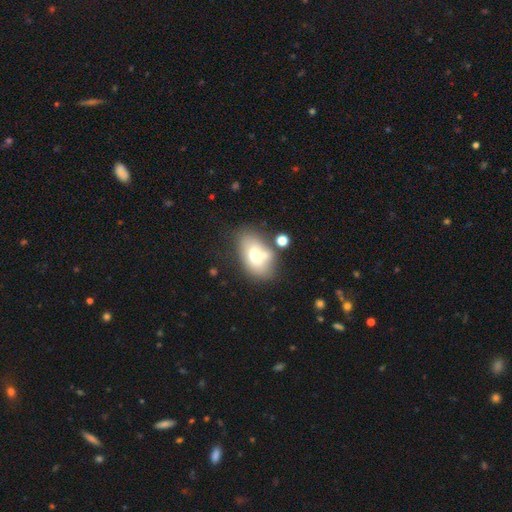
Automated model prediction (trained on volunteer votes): smooth-or-featured: smooth: 62% | featured or disk: 29% | star or artifact: 10%
  how-rounded: in between: 85% | round: 13% | cigar-shaped: 2%
  merging: none: 50% | merger: 21% | minor disturbance: 20% | major disturbance: 9%